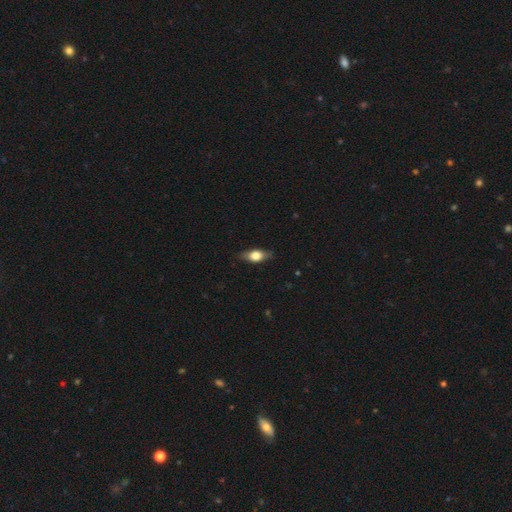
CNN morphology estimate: A smooth galaxy with no disk features (63%) that is in between round and cigar-shaped (77%).

Vote fractions:
- Smooth or featured? smooth: 63% / featured or disk: 30% / star or artifact: 7%
- How rounded? in between: 77% / cigar-shaped: 16% / round: 7%
- Merging? none: 82% / minor disturbance: 15% / major disturbance: 3% / merger: 1%